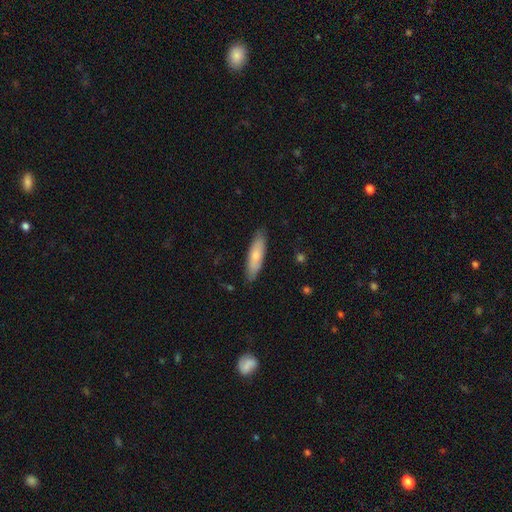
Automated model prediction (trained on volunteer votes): This appears to be a smooth galaxy with no disk features (72%) that is cigar-shaped (67%). Merging: none (84%).